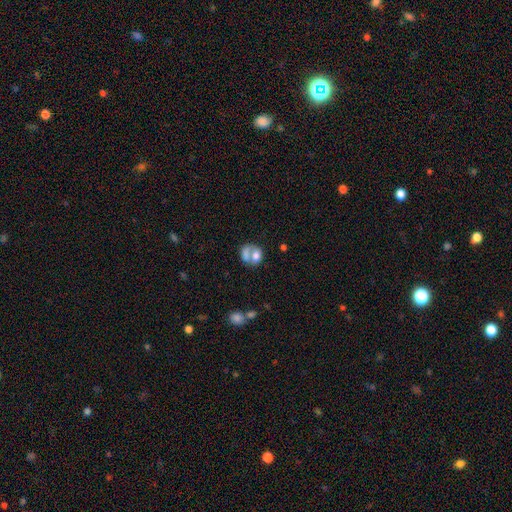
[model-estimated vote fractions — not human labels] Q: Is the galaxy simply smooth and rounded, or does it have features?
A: smooth — 69%.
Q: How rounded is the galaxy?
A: in between — 59%.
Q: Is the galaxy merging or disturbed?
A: merger — 60%.